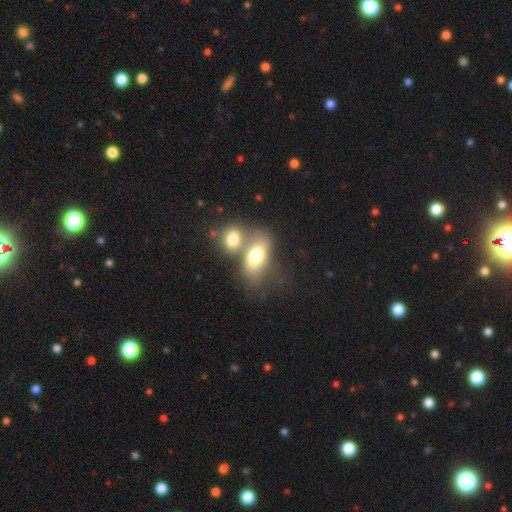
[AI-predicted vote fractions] Smooth or featured: smooth — 70% (featured or disk — 22%)
How rounded: in between — 82% (round — 12%)
Merging: merger — 55% (none — 28%)